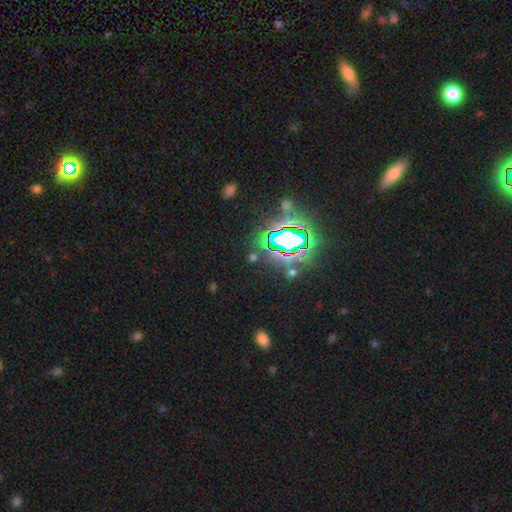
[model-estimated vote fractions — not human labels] smooth-or-featured: star or artifact: 77% | smooth: 14% | featured or disk: 9%